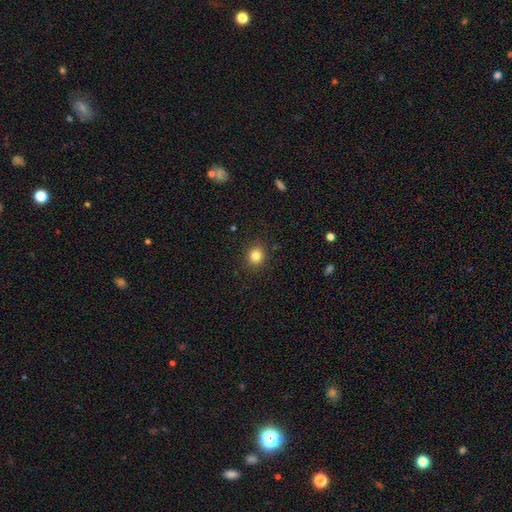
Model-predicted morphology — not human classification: type=smooth (83%); roundness=round (83%); merging=none (90%).